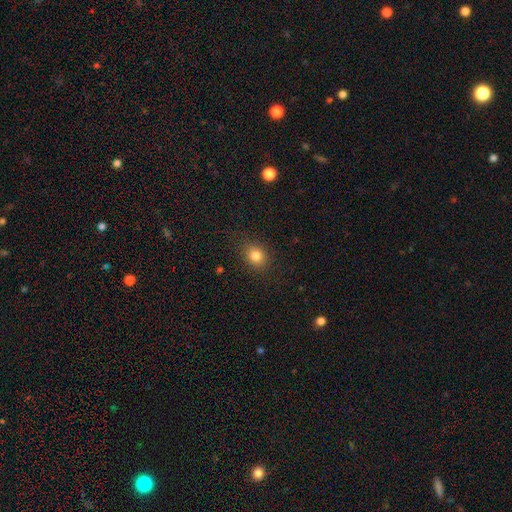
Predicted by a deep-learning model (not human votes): smooth-or-featured: smooth: 82% | star or artifact: 11% | featured or disk: 6%
  how-rounded: round: 57% | in between: 42% | cigar-shaped: 1%
  merging: none: 84% | minor disturbance: 11% | major disturbance: 4% | merger: 1%